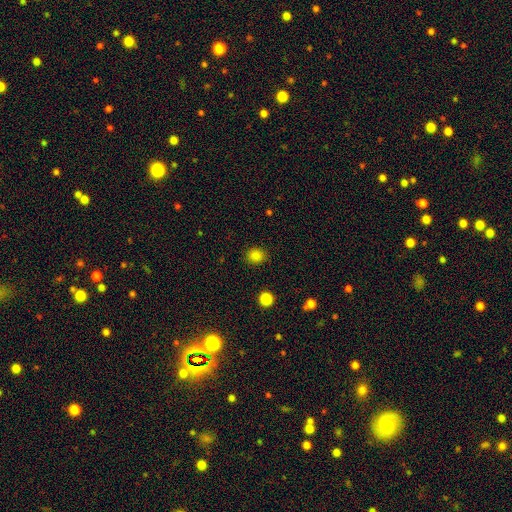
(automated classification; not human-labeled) The model was most divided on "how rounded": round: 77%, in between: 22%, cigar-shaped: 1%. More confident: merging — none (89%); smooth or featured — smooth (83%).